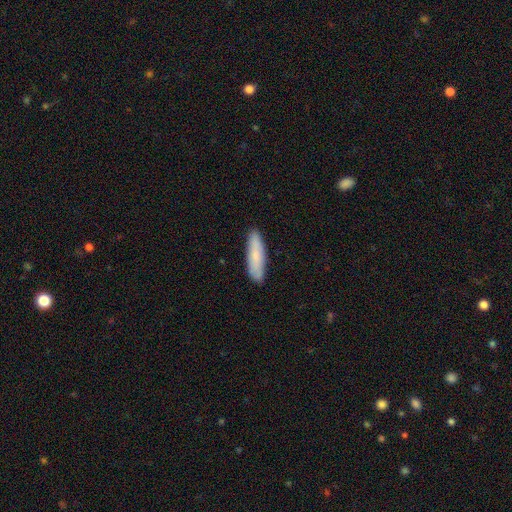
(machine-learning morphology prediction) smooth 79%, featured or disk 15%, star or artifact 6%. Down the decision tree: how rounded — cigar-shaped (71%); merging — none (88%).